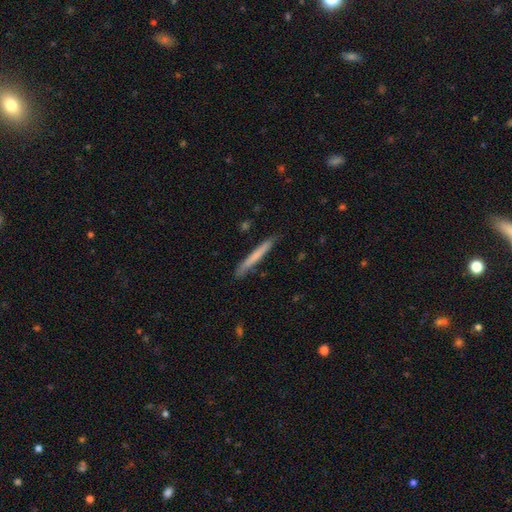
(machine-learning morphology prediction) The model was most divided on "smooth or featured": smooth: 66%, featured or disk: 28%, star or artifact: 5%. More confident: how rounded — cigar-shaped (97%); merging — none (86%).